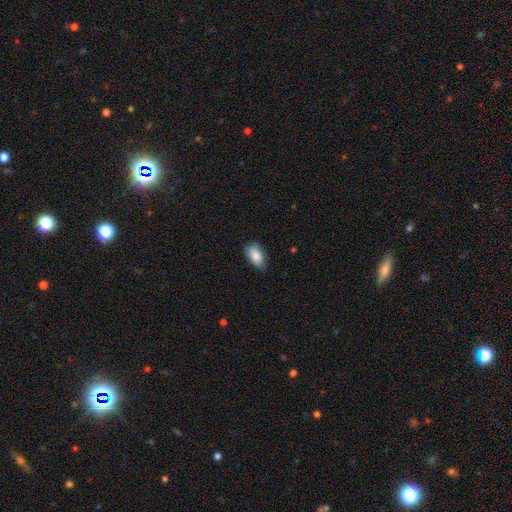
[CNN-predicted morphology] Smooth or featured? smooth (86%)
How rounded? in between (92%)
Merging? none (72%)